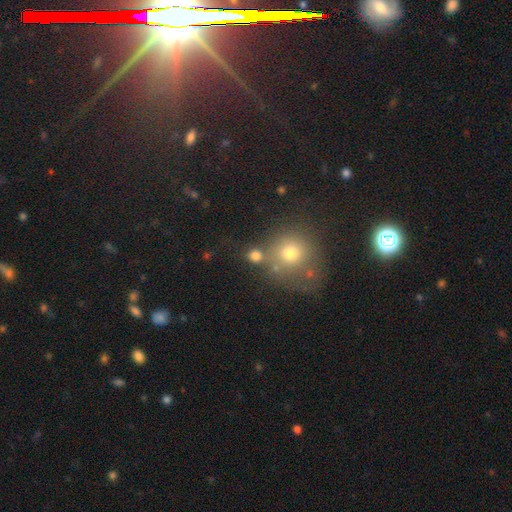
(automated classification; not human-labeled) Smooth or featured: smooth — 75% (star or artifact — 16%)
How rounded: round — 81% (in between — 18%)
Merging: none — 64% (merger — 20%)